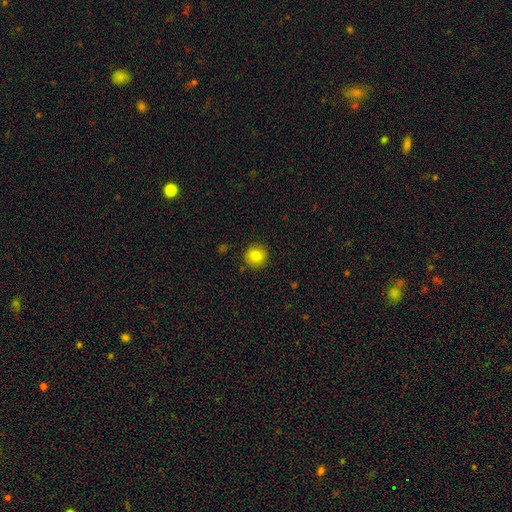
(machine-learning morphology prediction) Smooth or featured: smooth — 84% (star or artifact — 10%)
How rounded: round — 94% (in between — 5%)
Merging: none — 90% (minor disturbance — 6%)